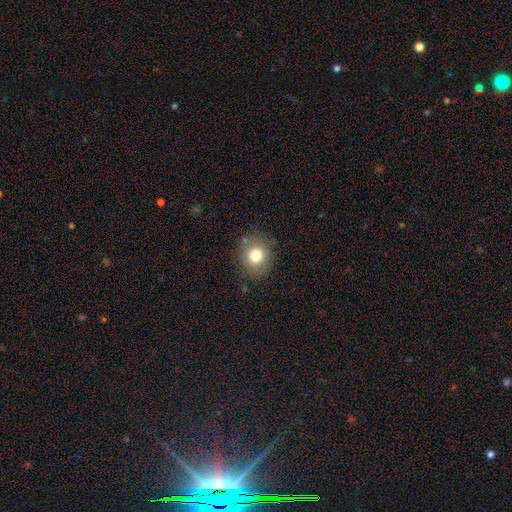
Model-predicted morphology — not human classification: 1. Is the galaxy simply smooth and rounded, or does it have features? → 77% smooth, 12% star or artifact, 11% featured or disk.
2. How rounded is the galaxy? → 87% round, 13% in between, 1% cigar-shaped.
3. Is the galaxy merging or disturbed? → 84% none, 11% minor disturbance, 4% major disturbance, 2% merger.